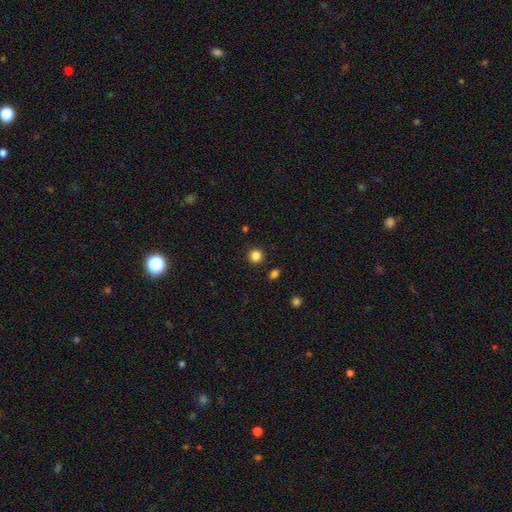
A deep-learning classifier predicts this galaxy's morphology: smooth_or_featured: smooth (p=0.85) [alt: star or artifact p=0.12]
how_rounded: round (p=0.94) [alt: in between p=0.05]
merging: none (p=0.92) [alt: minor disturbance p=0.05]